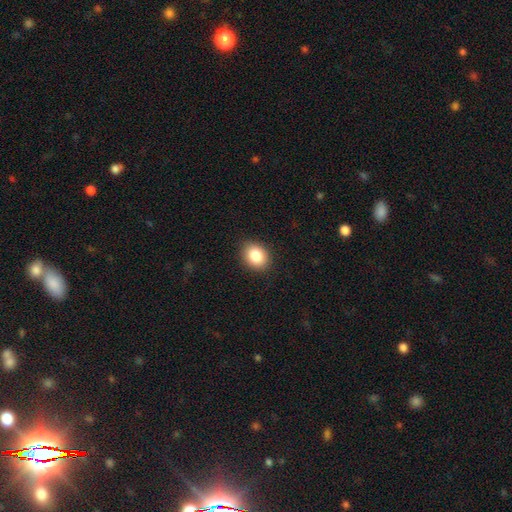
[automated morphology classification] Smooth or featured? Predicted: smooth (p=0.86). How rounded? Predicted: in between (p=0.59). Merging? Predicted: none (p=0.88).